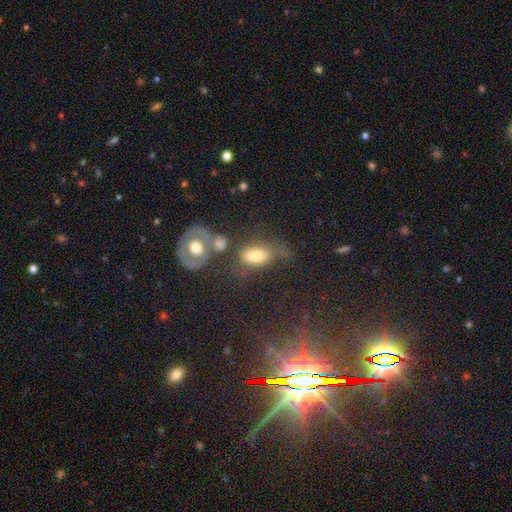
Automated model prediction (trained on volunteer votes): Q: Smooth or featured?
A: smooth (66%); runner-up: featured or disk (22%)
Q: How rounded?
A: in between (86%); runner-up: round (9%)
Q: Merging?
A: none (41%); runner-up: merger (22%)